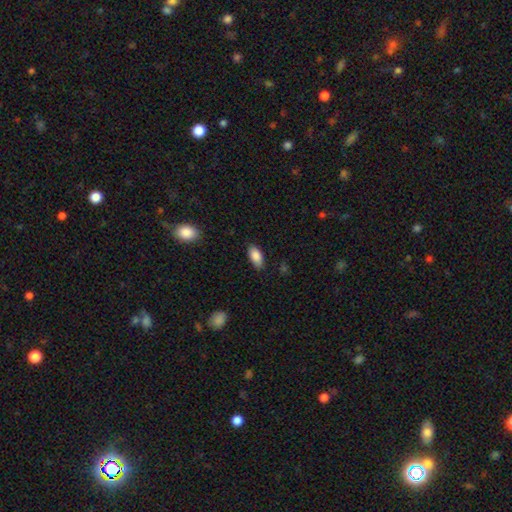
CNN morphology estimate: smooth-or-featured: smooth: 87% | star or artifact: 7% | featured or disk: 6%
  how-rounded: in between: 91% | cigar-shaped: 6% | round: 3%
  merging: none: 81% | minor disturbance: 15% | major disturbance: 3% | merger: 1%